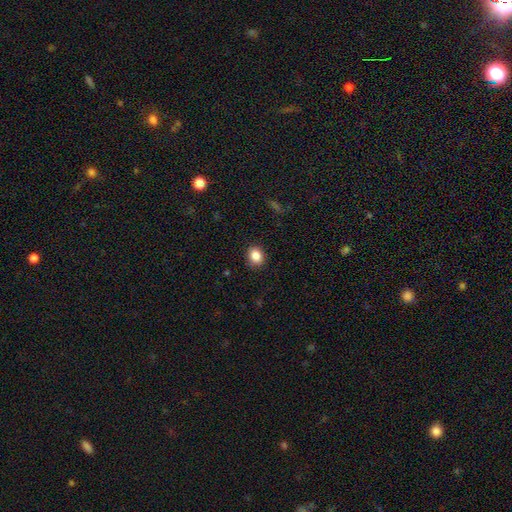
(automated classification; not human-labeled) Q: Smooth or featured?
A: smooth (86%); runner-up: star or artifact (10%)
Q: How rounded?
A: round (53%); runner-up: in between (46%)
Q: Merging?
A: none (88%); runner-up: minor disturbance (8%)